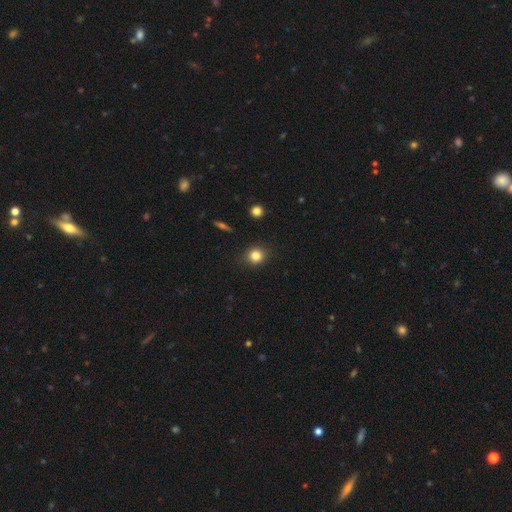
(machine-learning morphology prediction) Smooth or featured? Predicted: smooth (p=0.82). How rounded? Predicted: round (p=0.84). Merging? Predicted: none (p=0.87).